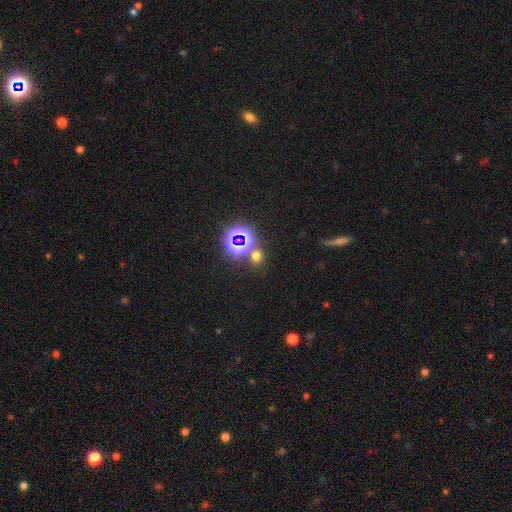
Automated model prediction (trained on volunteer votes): smooth 53%, star or artifact 40%, featured or disk 6%. Down the decision tree: how rounded — round (76%); merging — none (74%).